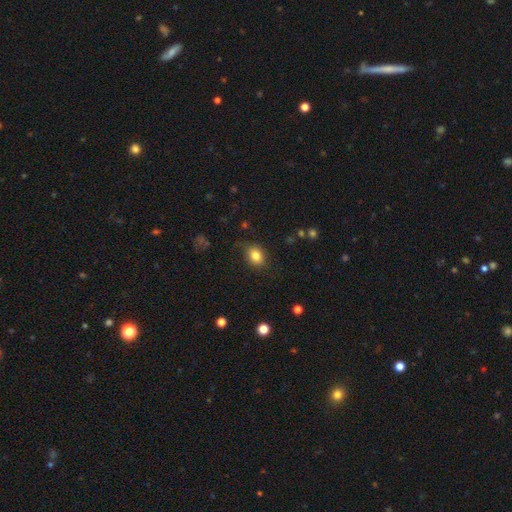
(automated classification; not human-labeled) Smooth or featured? Predicted: smooth (p=0.82). How rounded? Predicted: in between (p=0.57). Merging? Predicted: none (p=0.79).